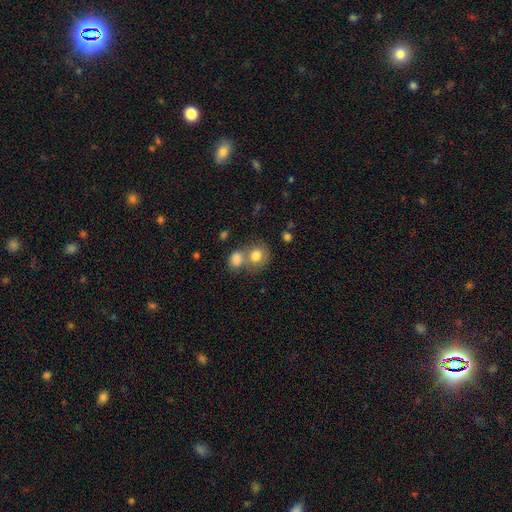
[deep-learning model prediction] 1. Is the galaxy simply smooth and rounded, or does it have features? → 80% smooth, 11% featured or disk, 9% star or artifact.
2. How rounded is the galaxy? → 68% round, 31% in between, 1% cigar-shaped.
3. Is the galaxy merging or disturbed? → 50% merger, 37% none, 9% minor disturbance, 4% major disturbance.